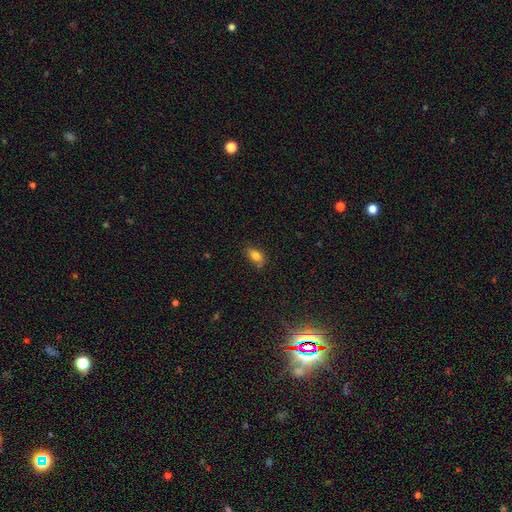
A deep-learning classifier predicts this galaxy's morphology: type=smooth (79%); roundness=in between (85%); merging=none (70%).